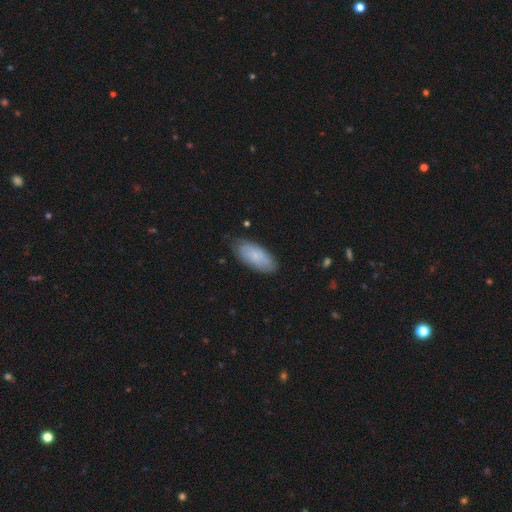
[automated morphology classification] The model was most divided on "smooth or featured": smooth: 72%, featured or disk: 21%, star or artifact: 6%. More confident: how rounded — in between (86%); merging — none (79%).